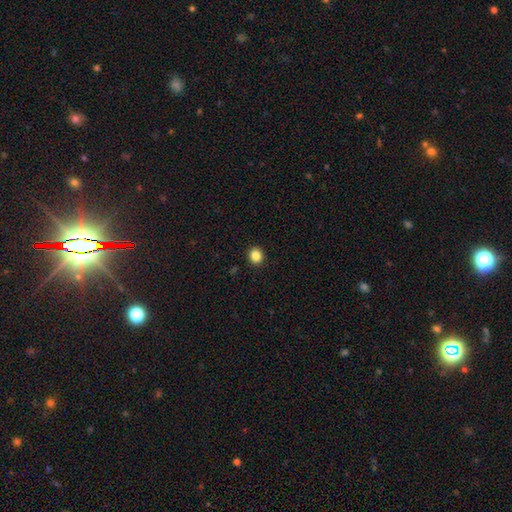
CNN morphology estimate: Smooth or featured?
  - smooth: 85% *
  - star or artifact: 11%
  - featured or disk: 4%
How rounded?
  - round: 82% *
  - in between: 17%
  - cigar-shaped: 1%
Merging?
  - none: 92% *
  - minor disturbance: 5%
  - major disturbance: 2%
  - merger: 1%